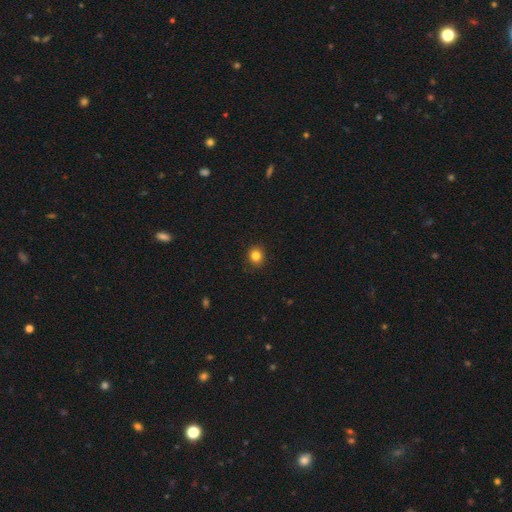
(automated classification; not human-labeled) Overall: smooth (83%). How rounded: round (86%). Merging: none (90%).